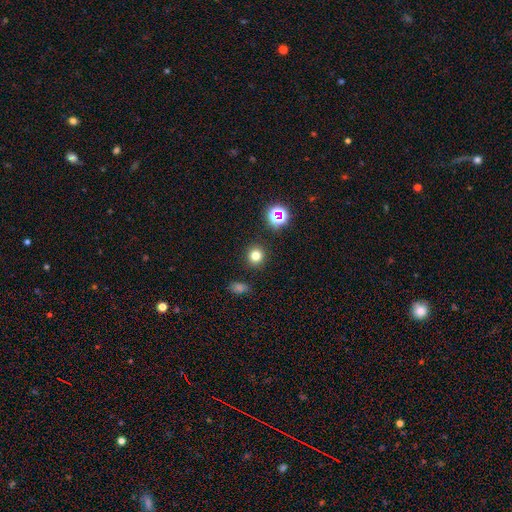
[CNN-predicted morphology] This is likely a smooth galaxy (77%). How rounded: clearly round (89%). Merging: clearly none (90%).